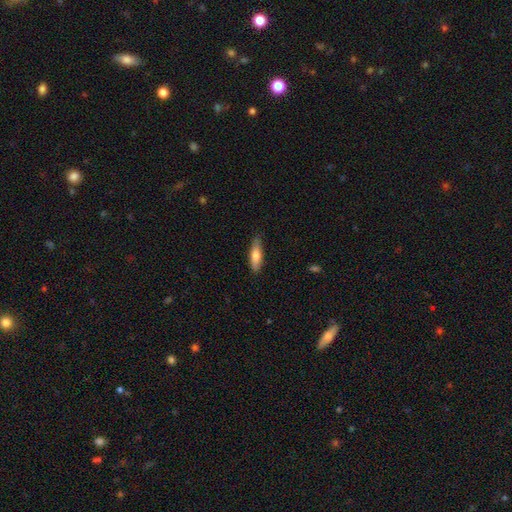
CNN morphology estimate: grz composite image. It shows a smooth galaxy with no disk features (71%) that is cigar-shaped (62%). Merging: none (84%).